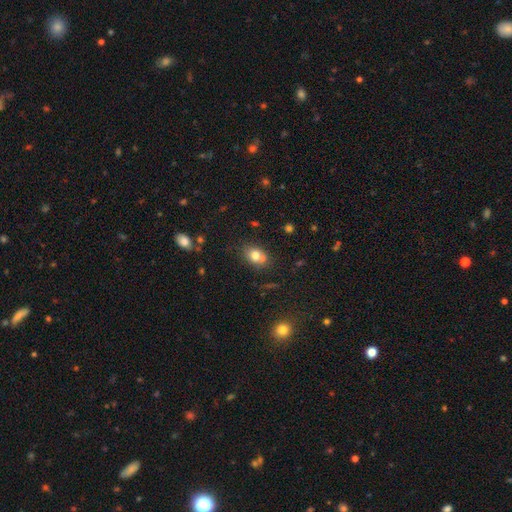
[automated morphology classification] A smooth galaxy with no disk features (74%) that is in between round and cigar-shaped (61%).

Vote fractions:
- Smooth or featured? smooth: 74% / featured or disk: 14% / star or artifact: 12%
- How rounded? in between: 61% / round: 38% / cigar-shaped: 1%
- Merging? none: 60% / merger: 20% / minor disturbance: 16% / major disturbance: 4%